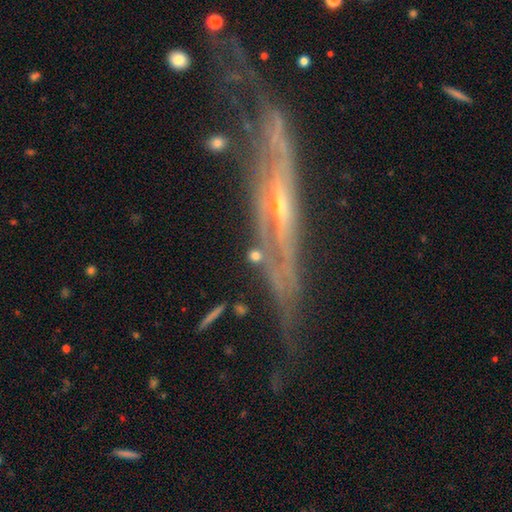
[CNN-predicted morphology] smooth-or-featured: smooth: 52% | featured or disk: 29% | star or artifact: 19%
  how-rounded: round: 64% | in between: 24% | cigar-shaped: 12%
  merging: none: 71% | minor disturbance: 13% | merger: 8% | major disturbance: 8%